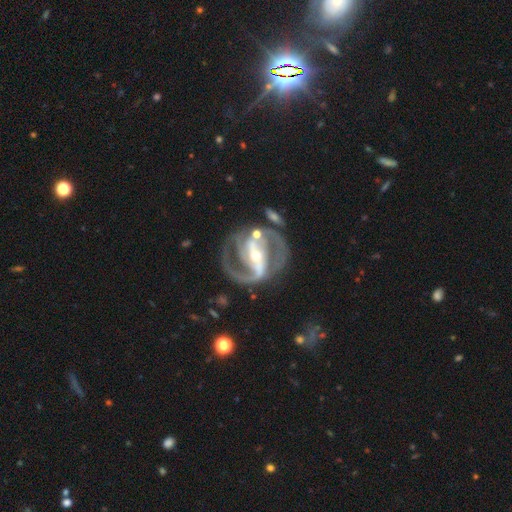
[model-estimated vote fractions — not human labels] A featured or disk galaxy (92%) with a strong bar (71%), 2 (88%) medium (57%) spiral arms (97%) and a small central bulge (53%).

Vote fractions:
- Smooth or featured? featured or disk: 92% / star or artifact: 5% / smooth: 4%
- Edge-on disk? no: 97% / yes: 3%
- Bar? strong: 71% / weak: 19% / no: 10%
- Spiral arms? yes: 97% / no: 3%
- Spiral winding? medium: 57% / tight: 28% / loose: 15%
- Spiral arm count? 2: 88% / 3: 4% / can't tell: 3% / 1: 2% / 4: 1% / more than 4: 1%
- Bulge size? small: 53% / moderate: 43% / large: 2% / none: 1% / dominant: 1%
- Merging? none: 69% / minor disturbance: 14% / major disturbance: 9% / merger: 8%